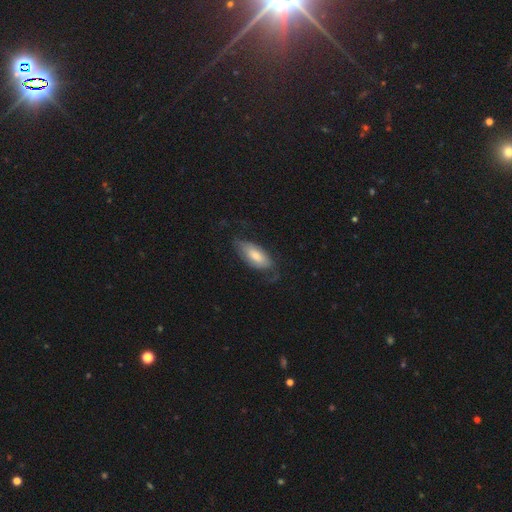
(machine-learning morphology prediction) This appears to be a smooth galaxy with no disk features (61%) that is in between round and cigar-shaped (86%). Merging: none (54%).